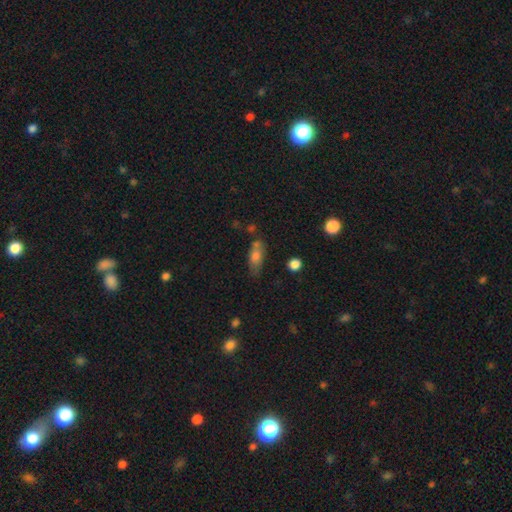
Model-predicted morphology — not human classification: This appears to be a smooth galaxy with no disk features (70%) that is in between round and cigar-shaped (73%). Merging: none (59%).